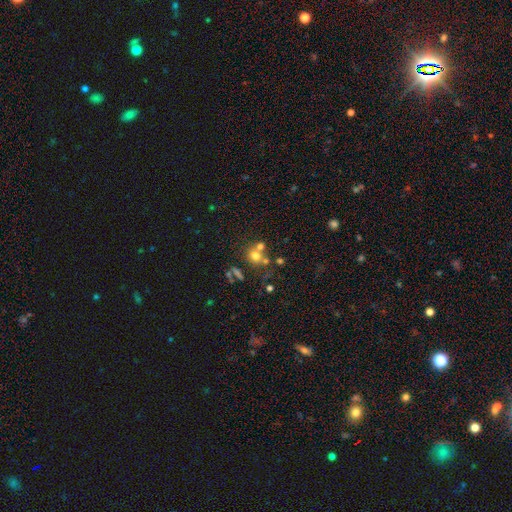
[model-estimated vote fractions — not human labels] Smooth or featured? Predicted: smooth (p=0.64). How rounded? Predicted: round (p=0.79). Merging? Predicted: none (p=0.44).